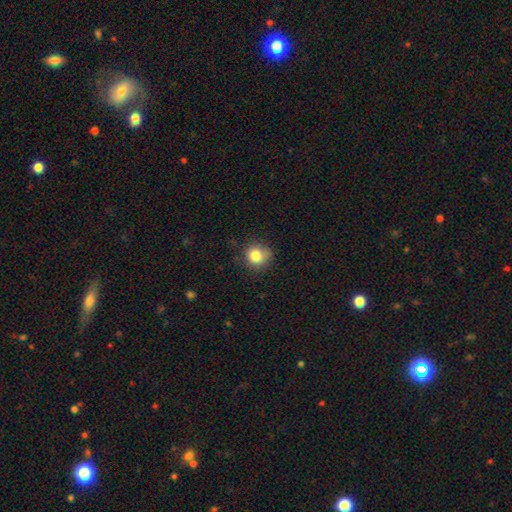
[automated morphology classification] Smooth or featured? smooth (82%)
How rounded? round (87%)
Merging? none (73%)